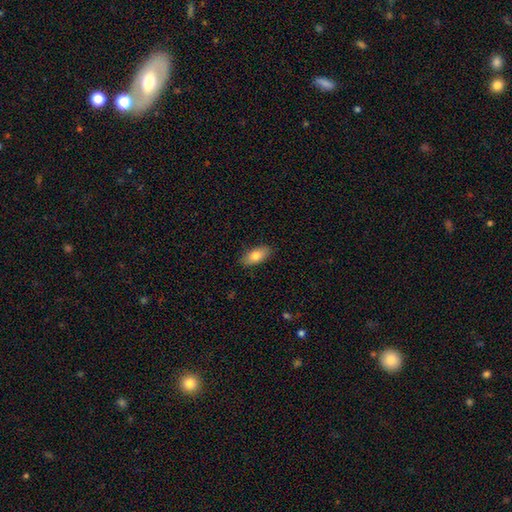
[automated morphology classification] A smooth galaxy with no disk features (80%) that is in between round and cigar-shaped (88%).

Vote fractions:
- Smooth or featured? smooth: 80% / featured or disk: 13% / star or artifact: 7%
- How rounded? in between: 88% / cigar-shaped: 9% / round: 3%
- Merging? none: 88% / minor disturbance: 9% / major disturbance: 2% / merger: 1%